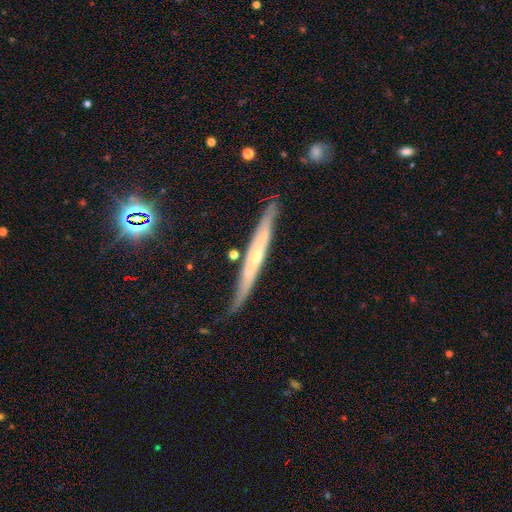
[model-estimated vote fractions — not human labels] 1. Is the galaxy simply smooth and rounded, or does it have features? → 67% featured or disk, 26% smooth, 7% star or artifact.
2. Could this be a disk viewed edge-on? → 90% yes, 10% no.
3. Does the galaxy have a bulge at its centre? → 53% rounded, 42% none, 4% boxy.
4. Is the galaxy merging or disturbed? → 81% none, 14% minor disturbance, 3% merger, 2% major disturbance.